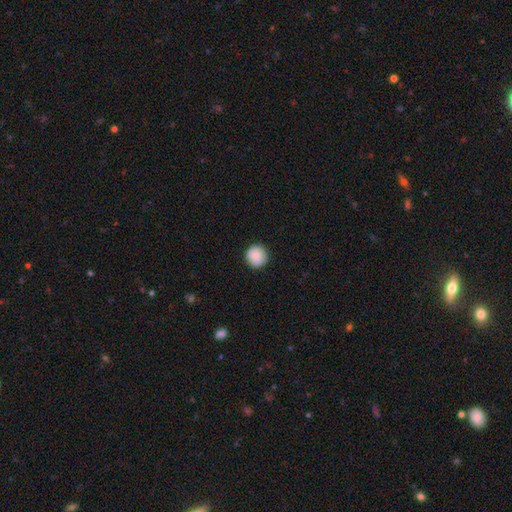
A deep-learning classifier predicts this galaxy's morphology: smooth_or_featured: smooth (p=0.85) [alt: featured or disk p=0.08]
how_rounded: round (p=0.94) [alt: in between p=0.05]
merging: none (p=0.89) [alt: minor disturbance p=0.08]